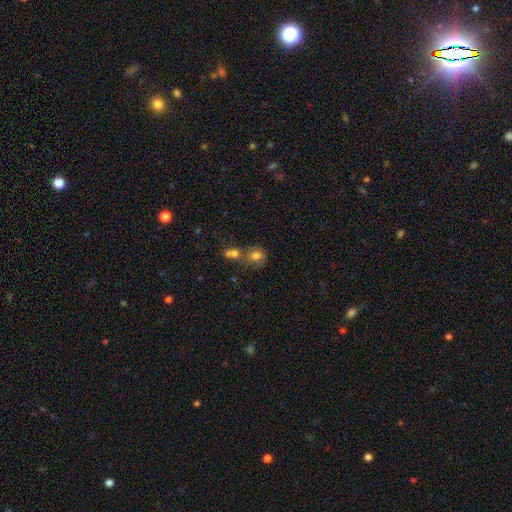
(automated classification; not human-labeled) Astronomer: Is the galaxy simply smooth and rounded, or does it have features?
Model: smooth — 77%.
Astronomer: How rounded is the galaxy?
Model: round — 74%.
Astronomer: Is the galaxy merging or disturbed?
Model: none — 47% (runner-up: merger, 38%).